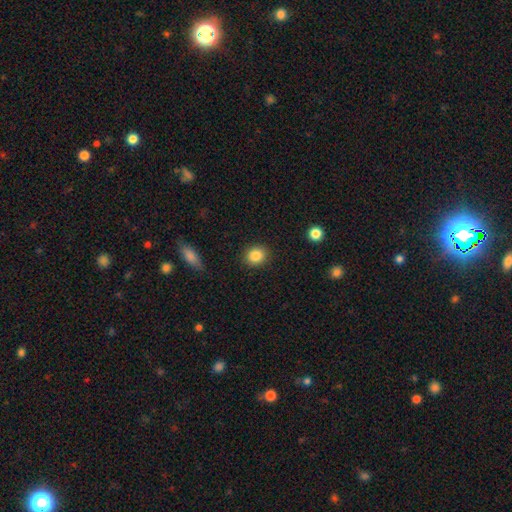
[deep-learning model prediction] smooth-or-featured: smooth: 86% | star or artifact: 9% | featured or disk: 5%
  how-rounded: round: 70% | in between: 28% | cigar-shaped: 1%
  merging: none: 90% | minor disturbance: 7% | major disturbance: 2% | merger: 1%